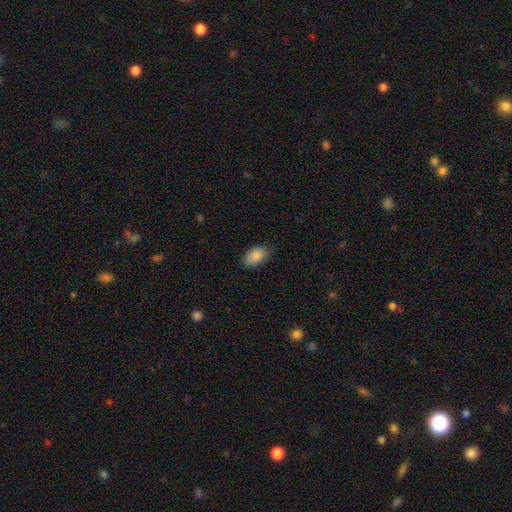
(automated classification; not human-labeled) Q: Smooth or featured?
A: smooth (89%); runner-up: star or artifact (7%)
Q: How rounded?
A: in between (93%); runner-up: round (6%)
Q: Merging?
A: none (78%); runner-up: minor disturbance (18%)